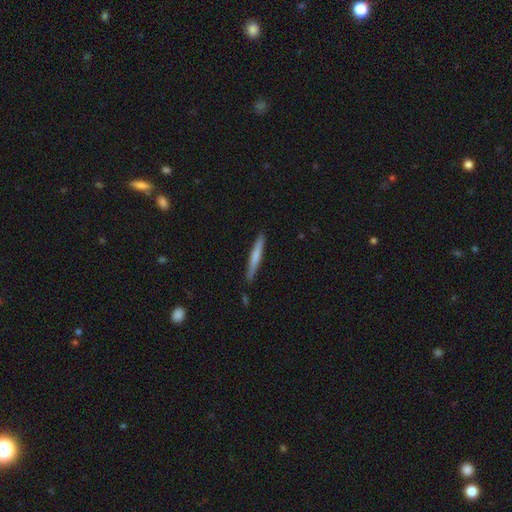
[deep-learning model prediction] A smooth galaxy with no disk features (61%) that is cigar-shaped (96%). Merging: none (88%).